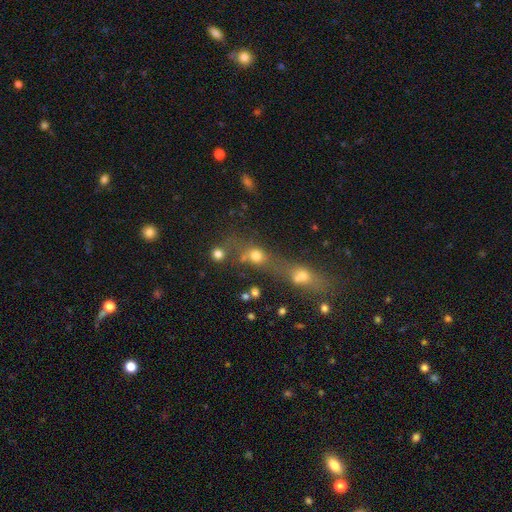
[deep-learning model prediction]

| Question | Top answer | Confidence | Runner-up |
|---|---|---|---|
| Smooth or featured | smooth | 65% | star or artifact (20%) |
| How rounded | round | 67% | in between (26%) |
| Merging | merger | 47% | none (36%) |